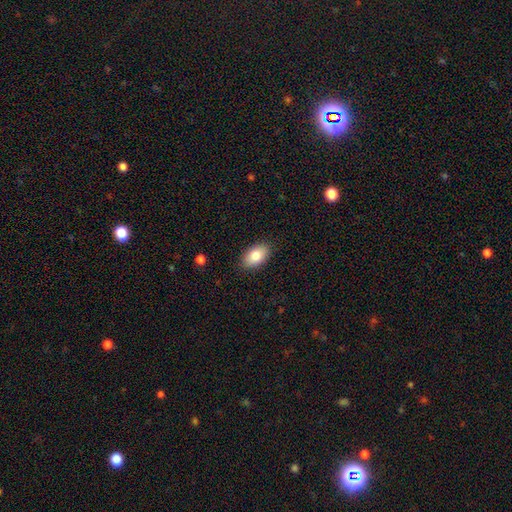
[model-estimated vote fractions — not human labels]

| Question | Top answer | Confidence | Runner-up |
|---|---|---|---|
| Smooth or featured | smooth | 83% | featured or disk (10%) |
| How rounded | in between | 93% | round (5%) |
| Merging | none | 87% | minor disturbance (10%) |